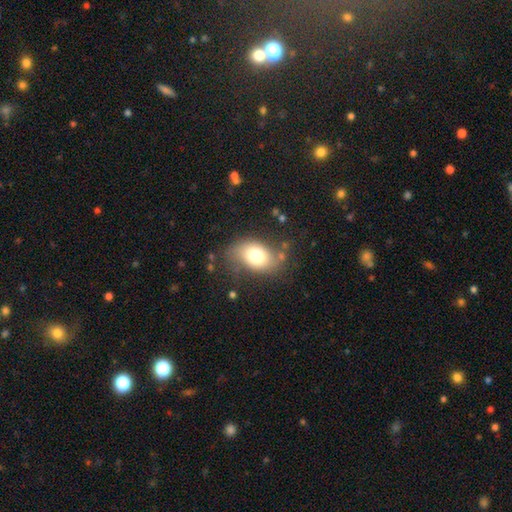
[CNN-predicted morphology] smooth_or_featured: smooth (p=0.73) [alt: featured or disk p=0.19]
how_rounded: in between (p=0.84) [alt: round p=0.15]
merging: none (p=0.67) [alt: minor disturbance p=0.21]